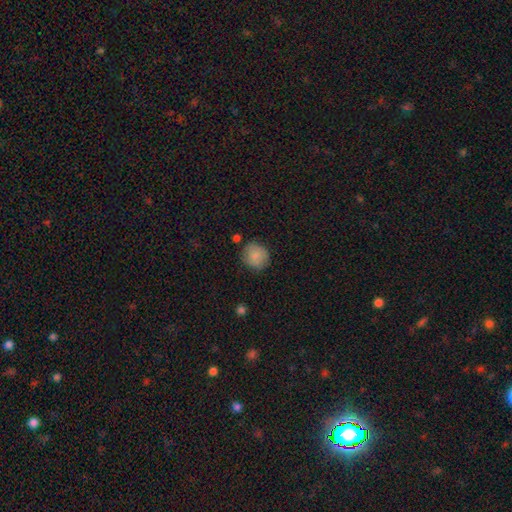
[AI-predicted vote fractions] smooth-or-featured: smooth: 84% | featured or disk: 9% | star or artifact: 8%
  how-rounded: round: 87% | in between: 13% | cigar-shaped: 1%
  merging: none: 77% | minor disturbance: 16% | major disturbance: 4% | merger: 3%